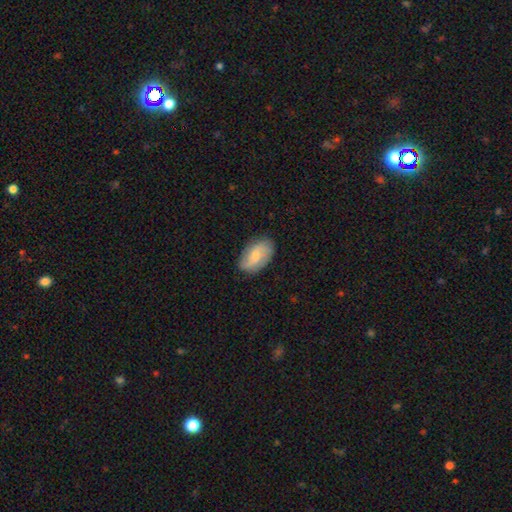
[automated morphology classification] Overall: smooth (57%; featured or disk 36%). How rounded: in between (92%). Merging: none (81%).